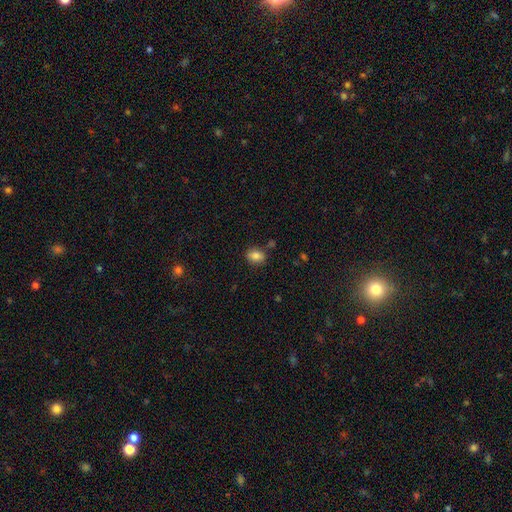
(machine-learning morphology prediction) type=smooth (84%); roundness=in between (70%); merging=none (79%).